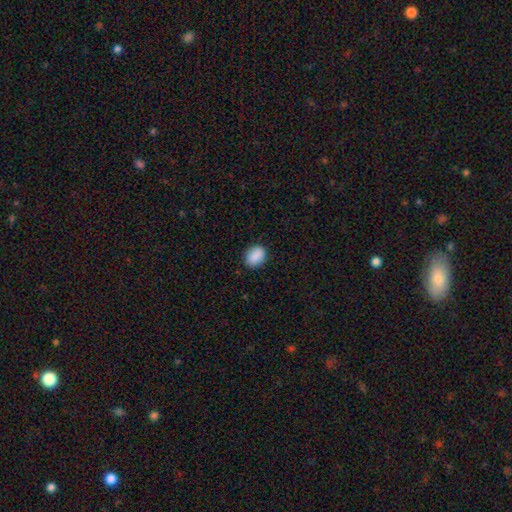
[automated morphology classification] Smooth or featured: smooth — 88% (star or artifact — 7%)
How rounded: in between — 61% (round — 38%)
Merging: none — 85% (minor disturbance — 11%)